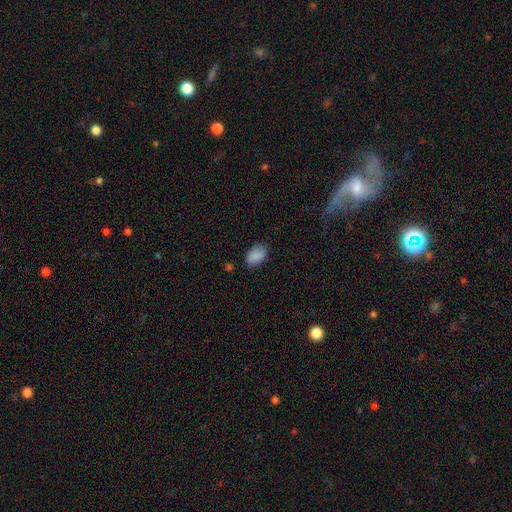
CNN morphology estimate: This is clearly a smooth galaxy (87%). How rounded: clearly in between (87%). Merging: likely none (74%).